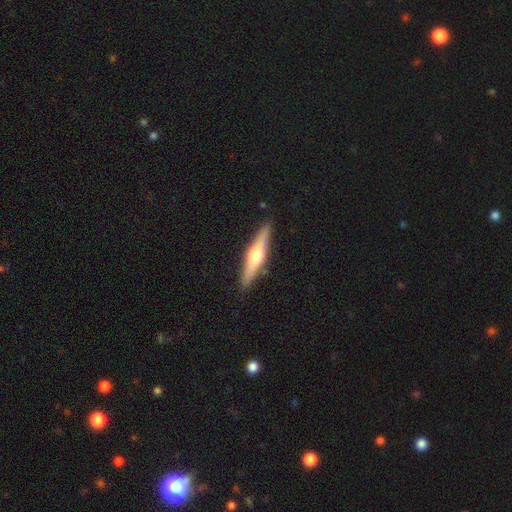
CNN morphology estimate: Q: Smooth or featured?
A: featured or disk (59%); runner-up: smooth (36%)
Q: Edge-on disk?
A: yes (95%); runner-up: no (5%)
Q: Edge-on bulge?
A: rounded (88%); runner-up: boxy (7%)
Q: Merging?
A: none (88%); runner-up: minor disturbance (9%)